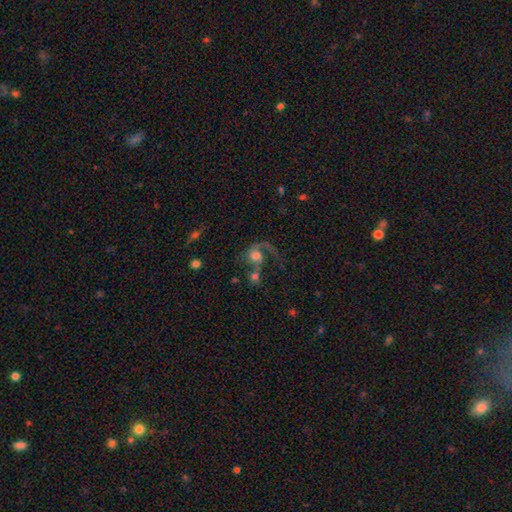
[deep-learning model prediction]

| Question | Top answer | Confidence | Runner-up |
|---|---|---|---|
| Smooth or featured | featured or disk | 58% | smooth (31%) |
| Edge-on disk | no | 97% | yes (3%) |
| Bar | no | 73% | weak (22%) |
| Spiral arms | yes | 82% | no (18%) |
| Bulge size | moderate | 38% | large (36%) |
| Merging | merger | 44% | major disturbance (26%) |